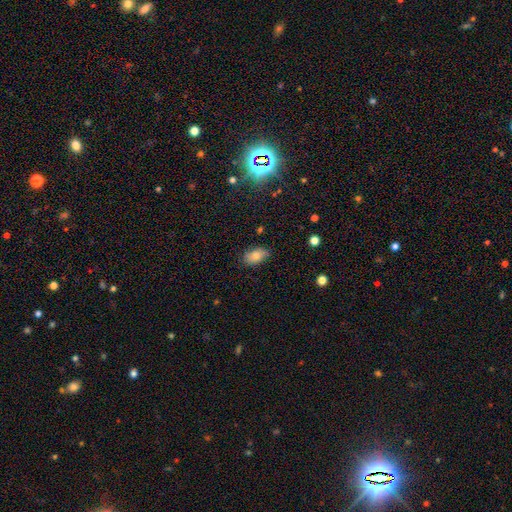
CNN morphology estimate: A smooth galaxy with no disk features (75%) that is in between round and cigar-shaped (89%). Merging: none (79%).